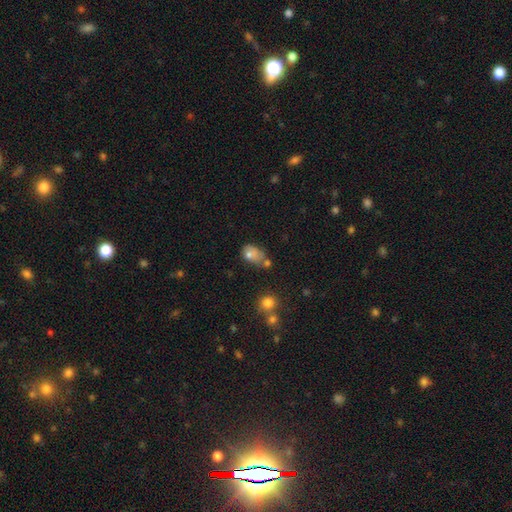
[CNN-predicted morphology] This appears to be a smooth galaxy with no disk features (70%) that is in between round and cigar-shaped (77%). Merging: none (33%).